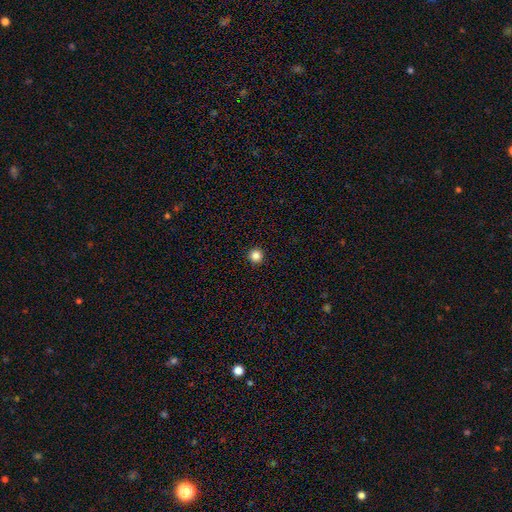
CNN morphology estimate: Smooth or featured?
  - smooth: 85% *
  - star or artifact: 12%
  - featured or disk: 3%
How rounded?
  - round: 97% *
  - in between: 2%
  - cigar-shaped: 1%
Merging?
  - none: 94% *
  - minor disturbance: 4%
  - major disturbance: 1%
  - merger: 1%